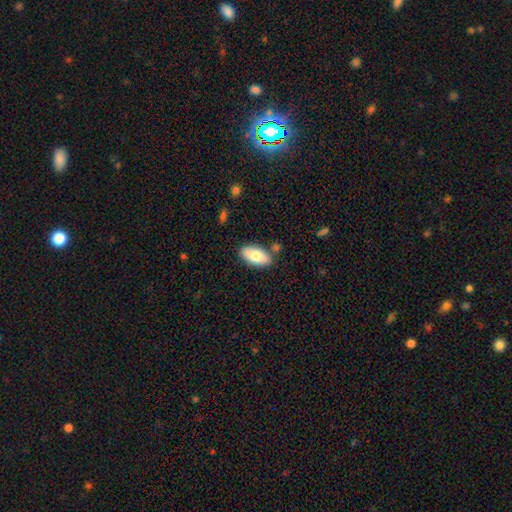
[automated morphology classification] smooth_or_featured: smooth (p=0.76) [alt: featured or disk p=0.18]
how_rounded: in between (p=0.93) [alt: cigar-shaped p=0.05]
merging: none (p=0.81) [alt: minor disturbance p=0.12]